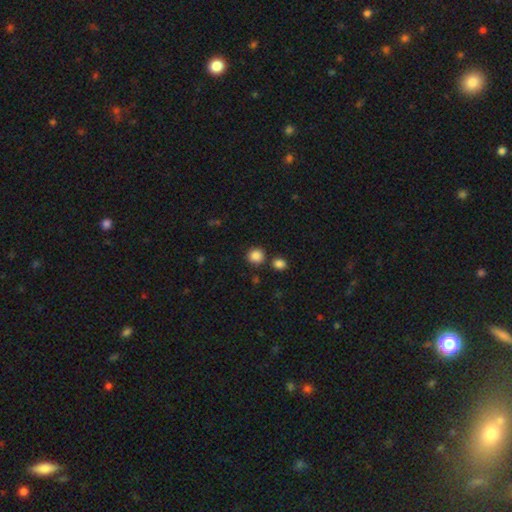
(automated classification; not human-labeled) A smooth galaxy with no disk features (87%) that is round (89%). Merging: none (81%).